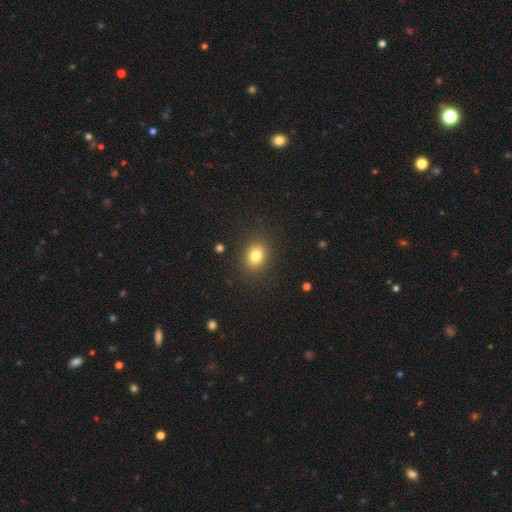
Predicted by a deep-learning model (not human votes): Morphology: type=smooth (80%); roundness=in between (53%); merging=none (88%).